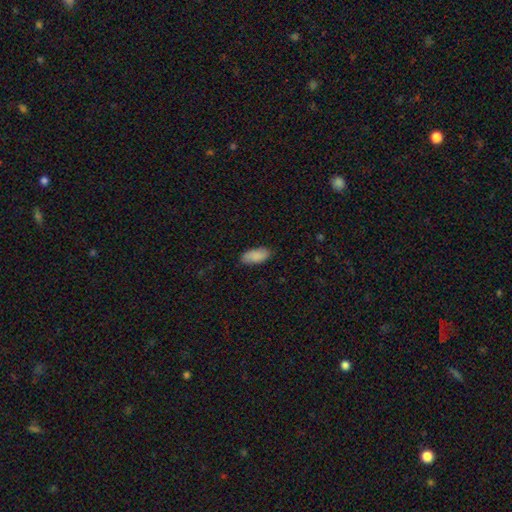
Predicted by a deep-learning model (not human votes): A smooth galaxy with no disk features (88%) that is in between round and cigar-shaped (89%).

Vote fractions:
- Smooth or featured? smooth: 88% / star or artifact: 6% / featured or disk: 6%
- How rounded? in between: 89% / cigar-shaped: 9% / round: 2%
- Merging? none: 84% / minor disturbance: 13% / major disturbance: 2% / merger: 1%